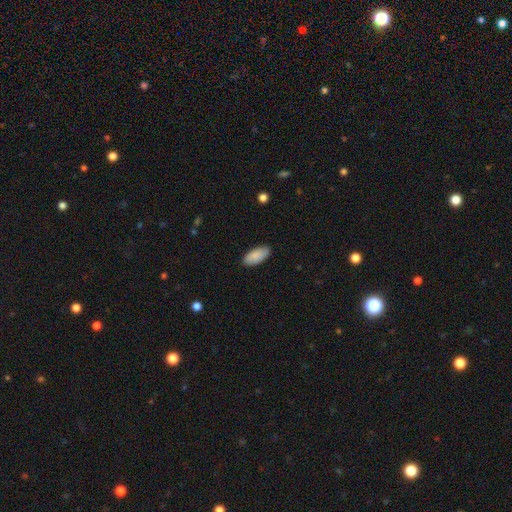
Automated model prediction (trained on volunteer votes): Smooth or featured? Predicted: smooth (p=0.89). How rounded? Predicted: in between (p=0.90). Merging? Predicted: none (p=0.88).